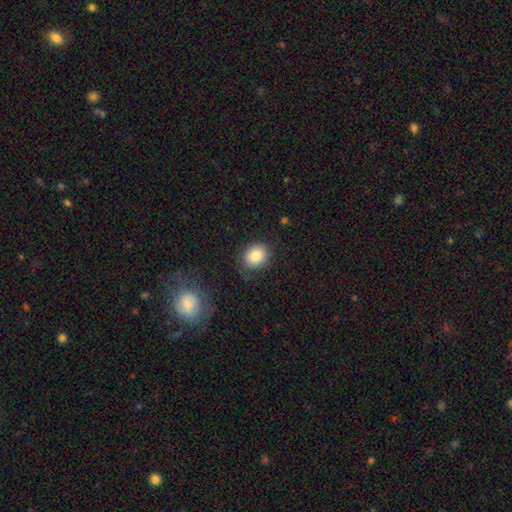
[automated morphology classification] A smooth galaxy with no disk features (84%) that is round (53%).

Vote fractions:
- Smooth or featured? smooth: 84% / star or artifact: 9% / featured or disk: 7%
- How rounded? round: 53% / in between: 46% / cigar-shaped: 1%
- Merging? none: 78% / minor disturbance: 15% / major disturbance: 5% / merger: 2%